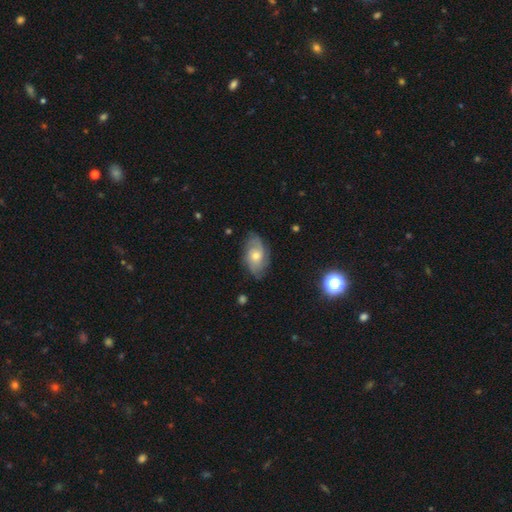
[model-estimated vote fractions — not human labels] This appears to be a featured or disk galaxy (66%) with no bar (76%), 2 (34%) tight (45%) spiral arms (89%) and a moderate central bulge (61%). Merging: none (72%).